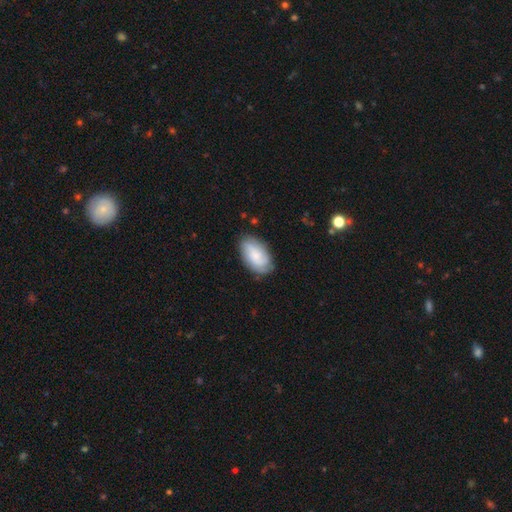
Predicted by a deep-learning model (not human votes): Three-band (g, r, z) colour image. It shows a smooth galaxy with no disk features (55%) that is in between round and cigar-shaped (92%). Merging: none (75%).